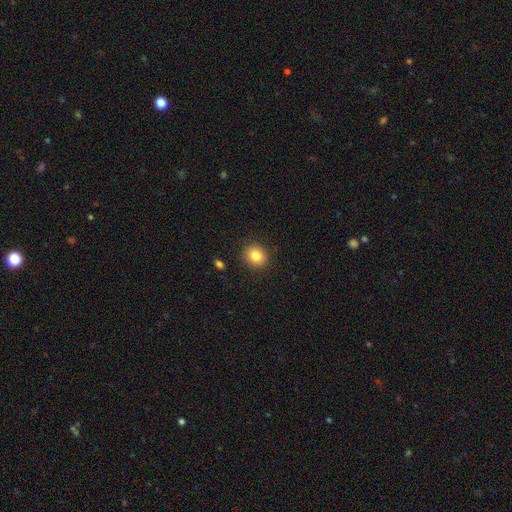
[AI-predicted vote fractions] The model was most divided on "how rounded": round: 80%, in between: 20%, cigar-shaped: 1%. More confident: merging — none (89%); smooth or featured — smooth (84%).